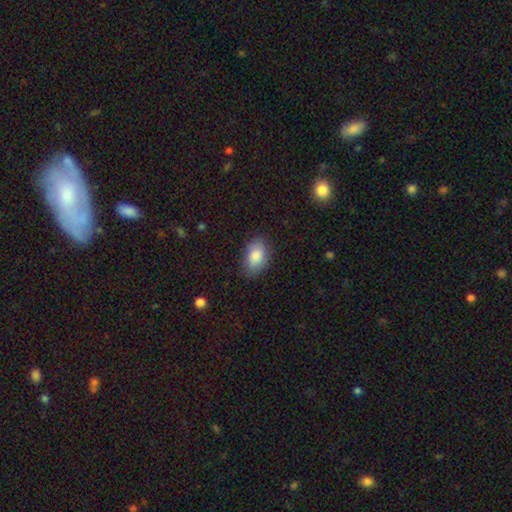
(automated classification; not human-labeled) Smooth or featured?
  - smooth: 86% *
  - featured or disk: 7%
  - star or artifact: 7%
How rounded?
  - in between: 92% *
  - round: 7%
  - cigar-shaped: 2%
Merging?
  - none: 81% *
  - minor disturbance: 14%
  - major disturbance: 3%
  - merger: 1%